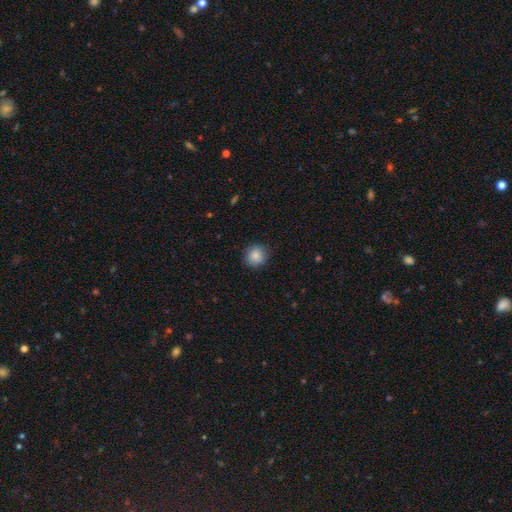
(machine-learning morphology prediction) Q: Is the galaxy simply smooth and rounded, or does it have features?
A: smooth — 86%.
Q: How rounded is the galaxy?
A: round — 89%.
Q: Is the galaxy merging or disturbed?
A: none — 87%.